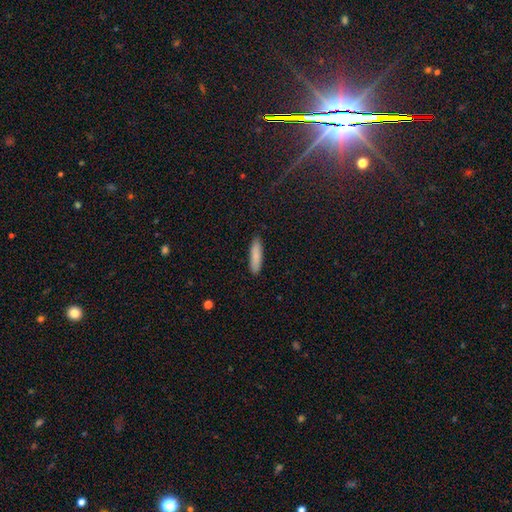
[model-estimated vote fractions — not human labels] smooth_or_featured: smooth (p=0.83) [alt: featured or disk p=0.10]
how_rounded: cigar-shaped (p=0.72) [alt: in between p=0.26]
merging: none (p=0.89) [alt: minor disturbance p=0.08]